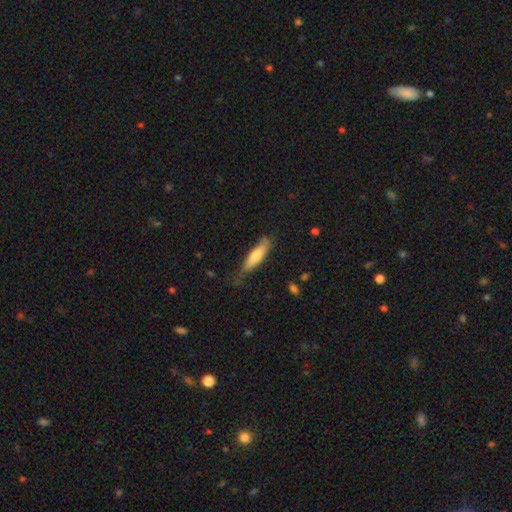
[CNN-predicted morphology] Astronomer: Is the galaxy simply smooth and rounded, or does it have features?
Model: smooth — 68%.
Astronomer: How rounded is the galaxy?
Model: cigar-shaped — 74%.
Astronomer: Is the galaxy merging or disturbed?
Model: none — 61%.